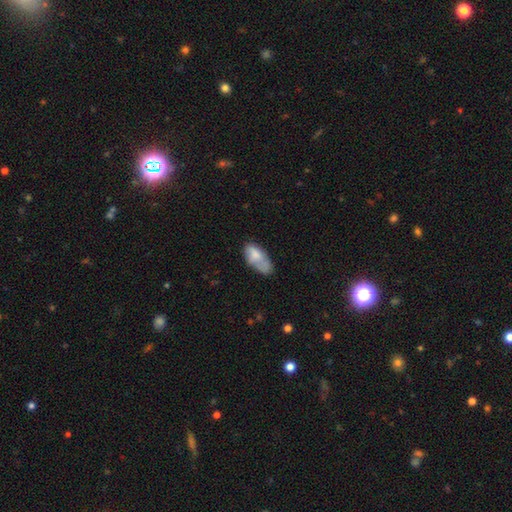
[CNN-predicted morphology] A smooth galaxy with no disk features (73%) that is in between round and cigar-shaped (90%). Merging: none (42%).